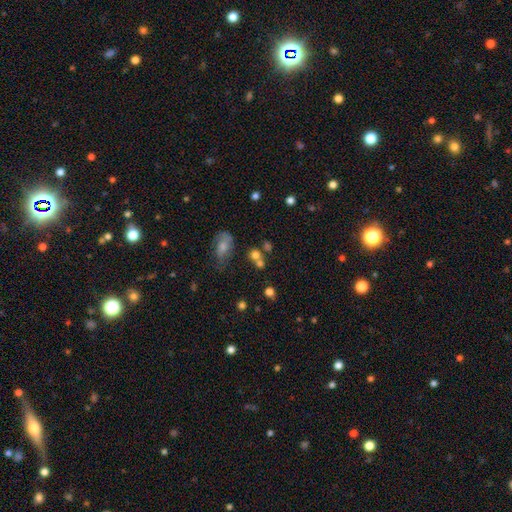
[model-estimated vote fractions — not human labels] smooth_or_featured: smooth (p=0.70) [alt: star or artifact p=0.17]
how_rounded: round (p=0.68) [alt: in between p=0.29]
merging: none (p=0.45) [alt: merger p=0.37]